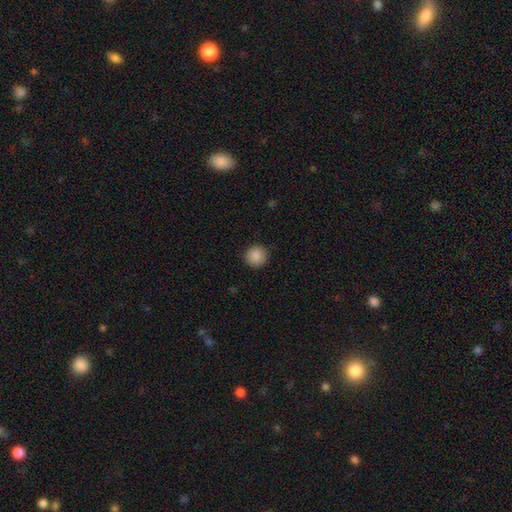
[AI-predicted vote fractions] This is clearly a smooth galaxy (88%). How rounded: clearly round (94%). Merging: clearly none (90%).